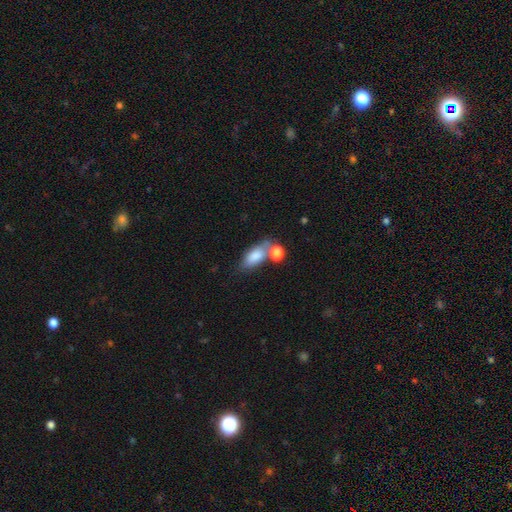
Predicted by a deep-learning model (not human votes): The model was most divided on "merging": none: 48%, merger: 30%, minor disturbance: 16%, major disturbance: 7%. More confident: how rounded — in between (82%); smooth or featured — smooth (80%).